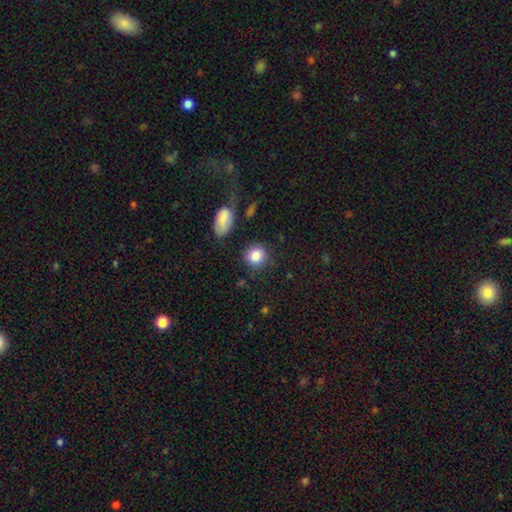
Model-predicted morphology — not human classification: Smooth or featured: smooth — 85% (star or artifact — 9%)
How rounded: round — 80% (in between — 18%)
Merging: none — 80% (minor disturbance — 12%)